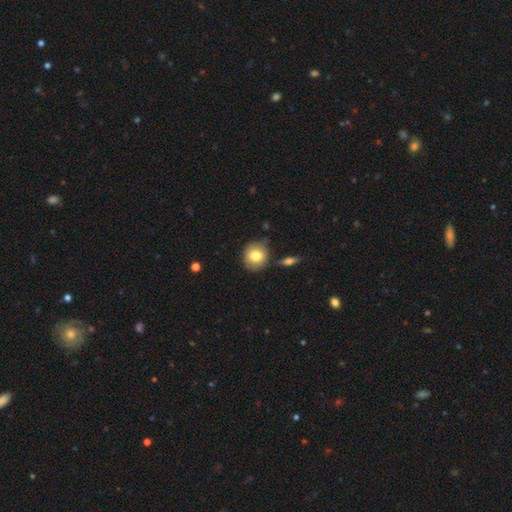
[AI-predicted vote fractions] A smooth galaxy with no disk features (79%) that is round (84%).

Vote fractions:
- Smooth or featured? smooth: 79% / featured or disk: 13% / star or artifact: 8%
- How rounded? round: 84% / in between: 15% / cigar-shaped: 1%
- Merging? none: 75% / minor disturbance: 15% / merger: 6% / major disturbance: 3%